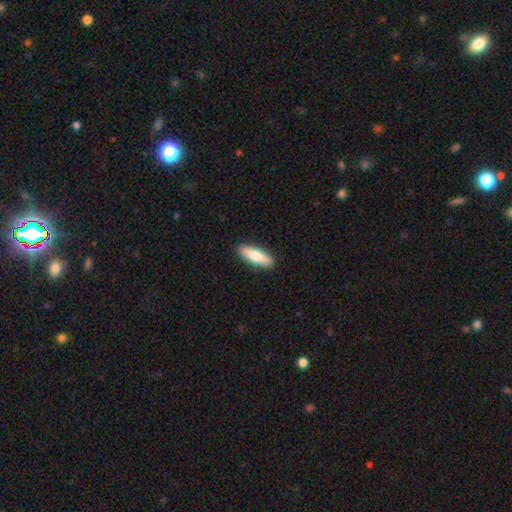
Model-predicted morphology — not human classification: A smooth galaxy with no disk features (76%) that is cigar-shaped (52%). Merging: none (90%).